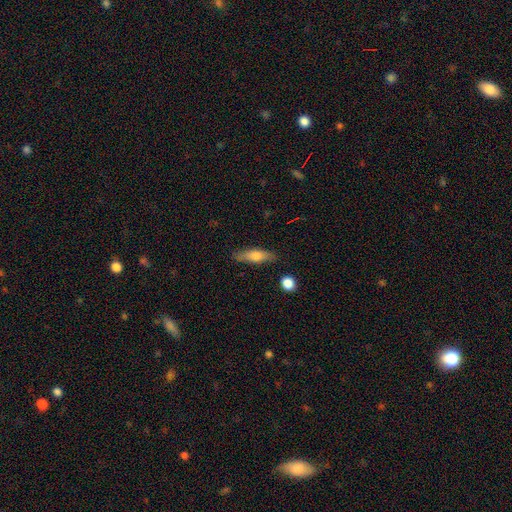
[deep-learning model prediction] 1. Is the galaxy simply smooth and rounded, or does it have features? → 65% smooth, 28% featured or disk, 7% star or artifact.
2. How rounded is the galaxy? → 59% cigar-shaped, 38% in between, 3% round.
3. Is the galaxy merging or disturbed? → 84% none, 11% minor disturbance, 3% major disturbance, 2% merger.